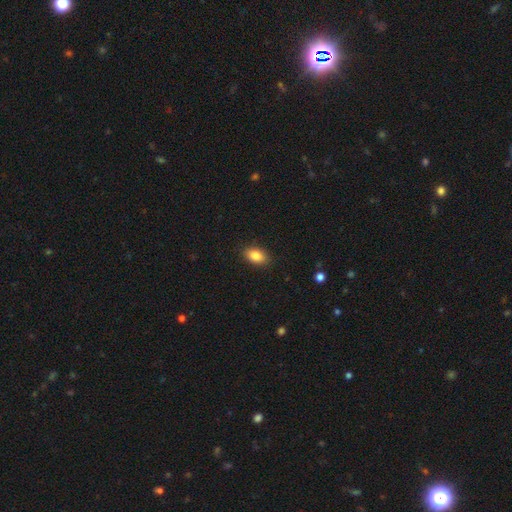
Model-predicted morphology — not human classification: smooth-or-featured: smooth: 86% | star or artifact: 8% | featured or disk: 6%
  how-rounded: in between: 90% | round: 8% | cigar-shaped: 2%
  merging: none: 88% | minor disturbance: 8% | major disturbance: 2% | merger: 1%